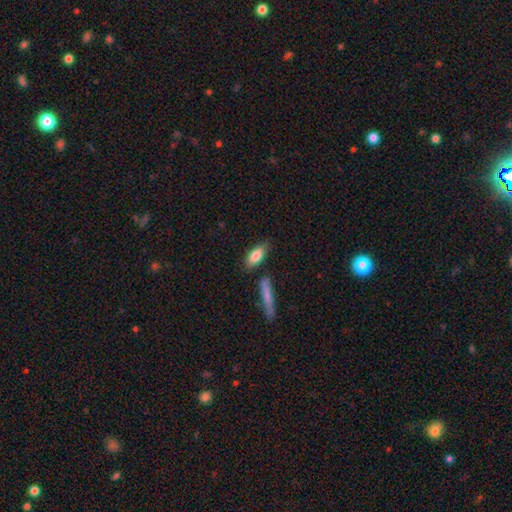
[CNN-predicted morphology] Q: Smooth or featured?
A: smooth (82%); runner-up: featured or disk (12%)
Q: How rounded?
A: in between (76%); runner-up: cigar-shaped (21%)
Q: Merging?
A: none (74%); runner-up: minor disturbance (15%)